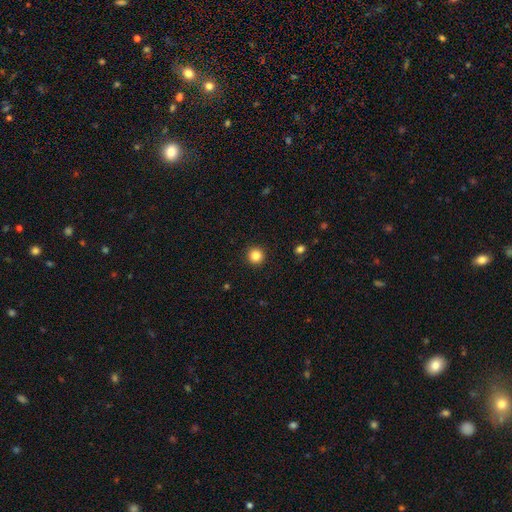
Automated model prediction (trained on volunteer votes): Smooth or featured? smooth (85%)
How rounded? round (96%)
Merging? none (93%)